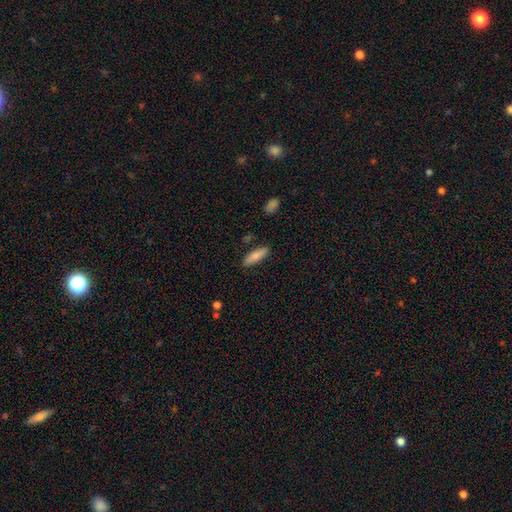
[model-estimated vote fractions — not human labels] Smooth or featured: smooth — 80% (featured or disk — 14%)
How rounded: cigar-shaped — 49% (tied with in between — 49%)
Merging: none — 85% (minor disturbance — 10%)